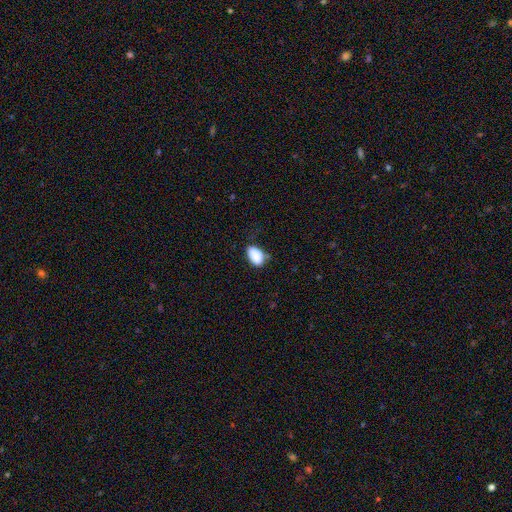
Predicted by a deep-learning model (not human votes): smooth_or_featured: smooth (p=0.88) [alt: star or artifact p=0.08]
how_rounded: in between (p=0.91) [alt: round p=0.07]
merging: none (p=0.63) [alt: minor disturbance p=0.27]